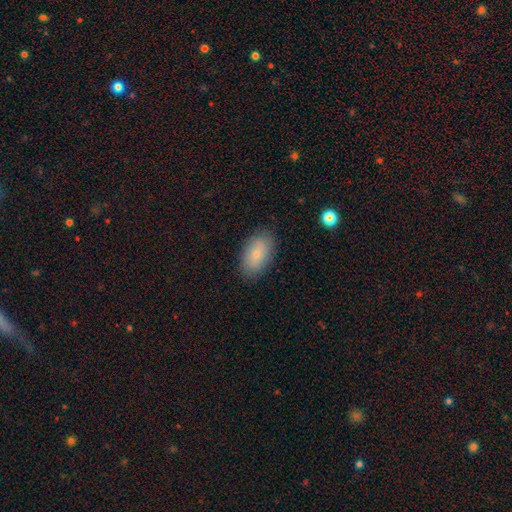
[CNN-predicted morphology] Overall: smooth (78%). How rounded: in between (93%). Merging: none (84%).